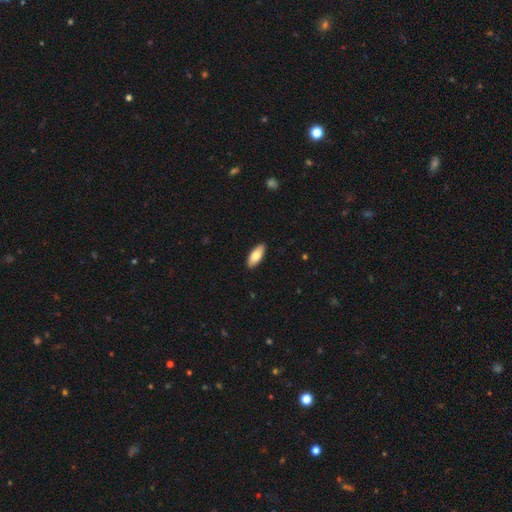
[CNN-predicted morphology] Smooth or featured: smooth — 79% (featured or disk — 15%)
How rounded: in between — 80% (cigar-shaped — 18%)
Merging: none — 91% (minor disturbance — 7%)